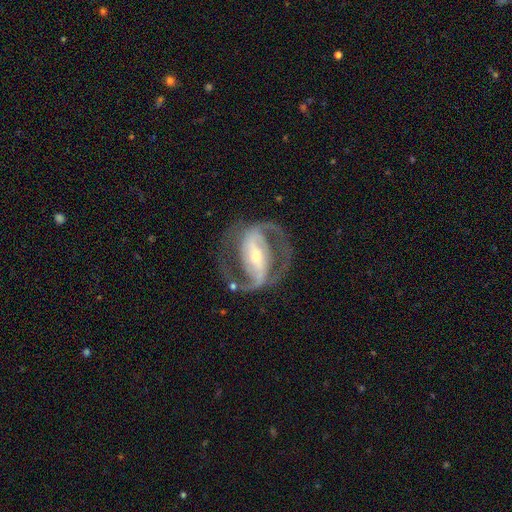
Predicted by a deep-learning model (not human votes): Q: Smooth or featured?
A: featured or disk (90%); runner-up: smooth (5%)
Q: Edge-on disk?
A: no (96%); runner-up: yes (4%)
Q: Bar?
A: strong (67%); runner-up: weak (22%)
Q: Spiral arms?
A: yes (95%); runner-up: no (5%)
Q: Spiral winding?
A: medium (59%); runner-up: tight (21%)
Q: Spiral arm count?
A: 2 (91%); runner-up: can't tell (3%)
Q: Bulge size?
A: small (61%); runner-up: moderate (33%)
Q: Merging?
A: none (73%); runner-up: minor disturbance (13%)